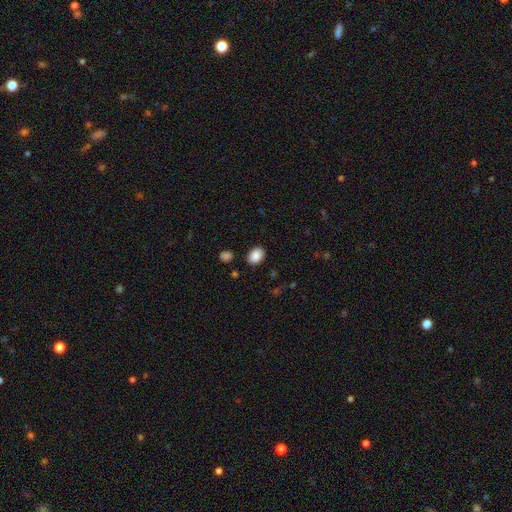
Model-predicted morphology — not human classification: Smooth or featured?
  - smooth: 88% *
  - star or artifact: 8%
  - featured or disk: 4%
How rounded?
  - in between: 76% *
  - round: 23%
  - cigar-shaped: 1%
Merging?
  - none: 86% *
  - minor disturbance: 9%
  - major disturbance: 3%
  - merger: 2%